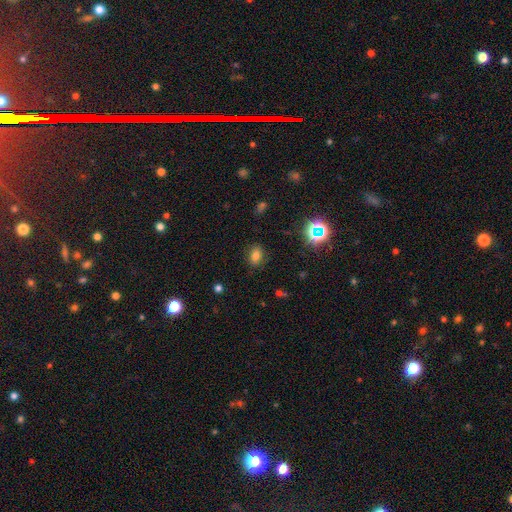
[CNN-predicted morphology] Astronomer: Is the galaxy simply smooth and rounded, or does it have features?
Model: smooth — 72%.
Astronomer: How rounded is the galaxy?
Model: in between — 75%.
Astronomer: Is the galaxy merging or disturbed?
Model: none — 84%.